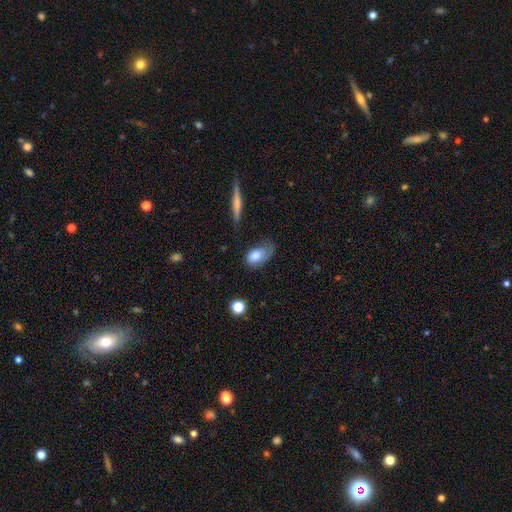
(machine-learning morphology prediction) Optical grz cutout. It shows a smooth galaxy with no disk features (73%) that is in between round and cigar-shaped (89%). Merging: minor disturbance (36%).